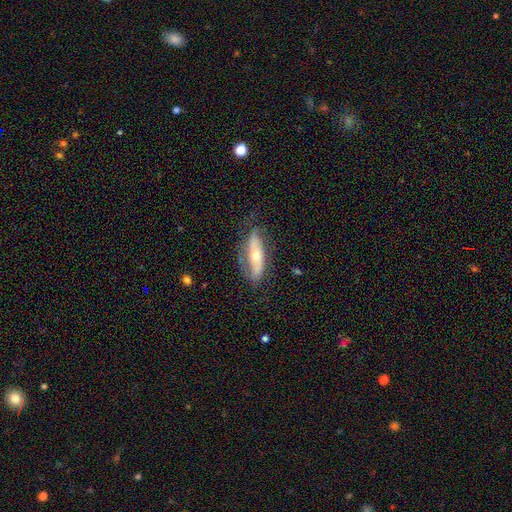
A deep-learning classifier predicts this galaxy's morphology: smooth_or_featured: featured or disk (p=0.64) [alt: smooth p=0.30]
disk_edge_on: no (p=0.73) [alt: yes p=0.27]
merging: none (p=0.64) [alt: minor disturbance p=0.24]